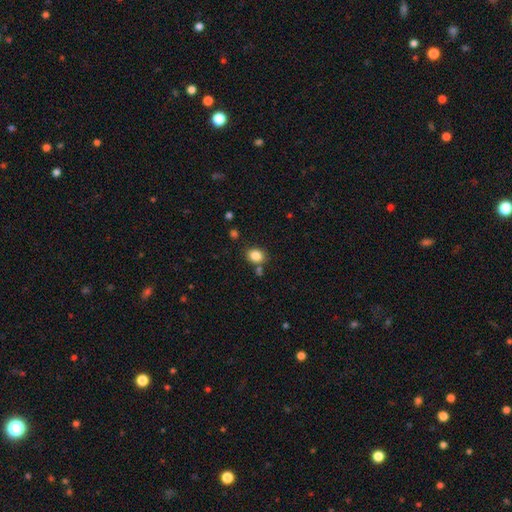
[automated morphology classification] This appears to be a smooth galaxy with no disk features (84%) that is round (50%, tied with in between). Merging: none (76%).